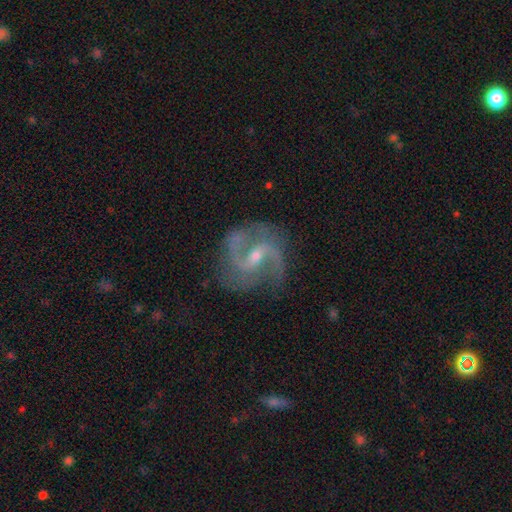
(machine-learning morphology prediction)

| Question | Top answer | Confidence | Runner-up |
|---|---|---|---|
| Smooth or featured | featured or disk | 91% | star or artifact (5%) |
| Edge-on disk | no | 98% | yes (2%) |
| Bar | weak | 49% | strong (26%) |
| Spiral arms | yes | 98% | no (2%) |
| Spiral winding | medium | 56% | loose (32%) |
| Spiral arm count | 2 | 86% | 3 (6%) |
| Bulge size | small | 58% | moderate (38%) |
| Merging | none | 74% | minor disturbance (17%) |